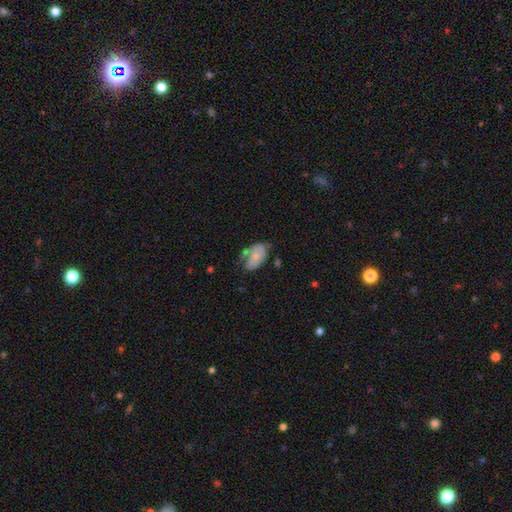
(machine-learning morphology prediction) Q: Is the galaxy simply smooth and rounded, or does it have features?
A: smooth — 54%.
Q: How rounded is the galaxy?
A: in between — 90%.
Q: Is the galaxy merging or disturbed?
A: none — 37%.